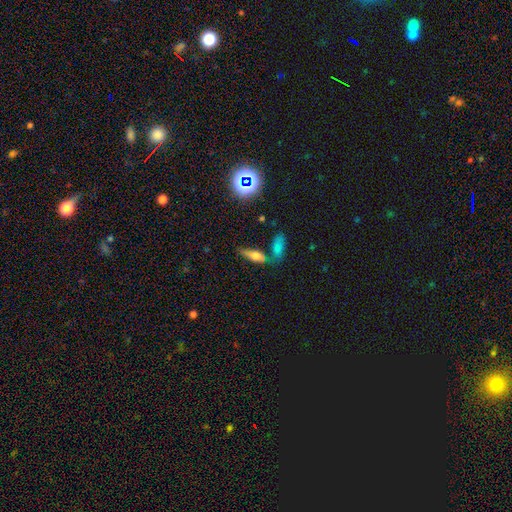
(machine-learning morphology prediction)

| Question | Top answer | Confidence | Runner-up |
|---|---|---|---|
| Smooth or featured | smooth | 59% | featured or disk (27%) |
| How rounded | in between | 61% | cigar-shaped (35%) |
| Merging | none | 55% | merger (22%) |